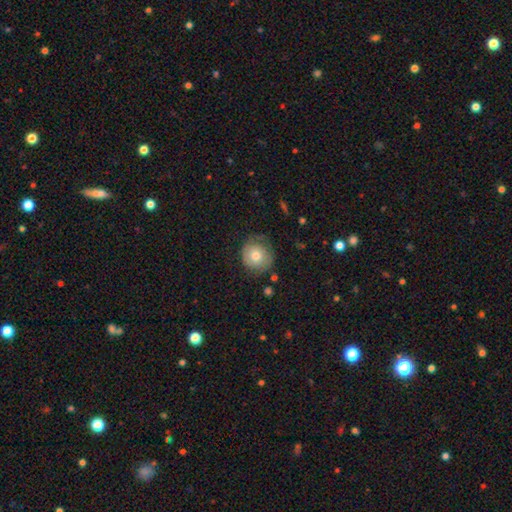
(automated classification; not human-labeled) smooth 66%, featured or disk 26%, star or artifact 8%. Down the decision tree: how rounded — round (89%); merging — none (63%).